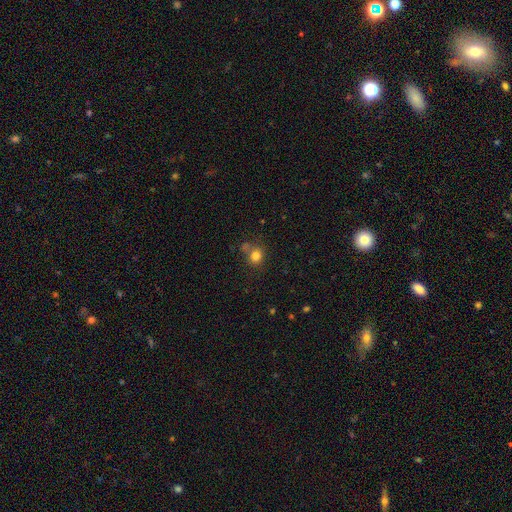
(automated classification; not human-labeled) Overall: smooth (81%). How rounded: round (75%). Merging: none (61%).